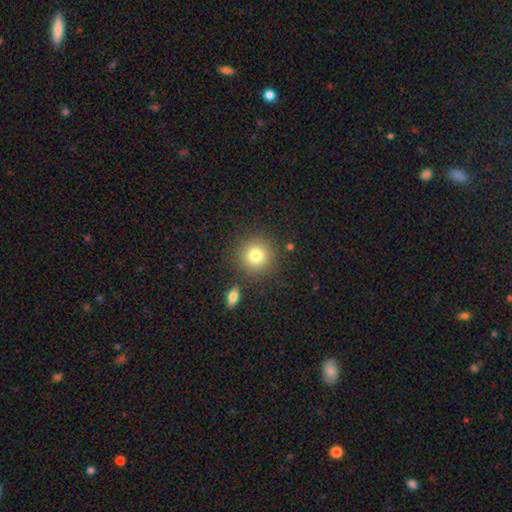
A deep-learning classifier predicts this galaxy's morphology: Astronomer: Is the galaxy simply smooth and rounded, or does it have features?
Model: smooth — 79%.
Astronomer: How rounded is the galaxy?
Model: round — 93%.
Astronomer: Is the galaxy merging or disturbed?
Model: none — 85%.